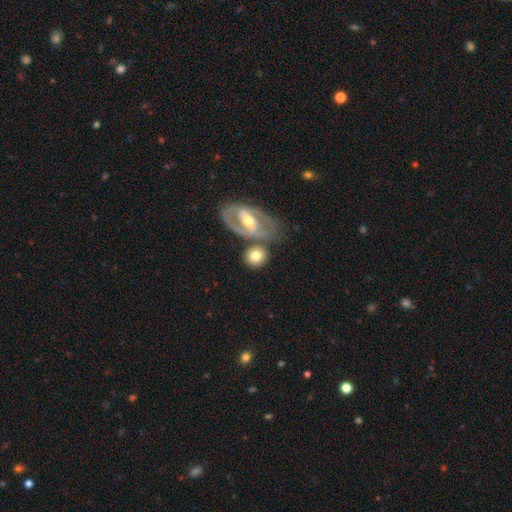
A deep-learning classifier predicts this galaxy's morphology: Smooth or featured? Predicted: smooth (p=0.60). How rounded? Predicted: round (p=0.64). Merging? Predicted: none (p=0.61).